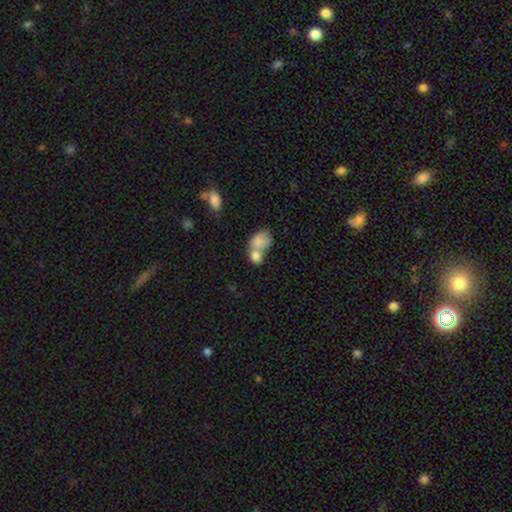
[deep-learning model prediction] smooth_or_featured: smooth (p=0.80) [alt: featured or disk p=0.12]
how_rounded: in between (p=0.62) [alt: round p=0.36]
merging: merger (p=0.70) [alt: none p=0.20]